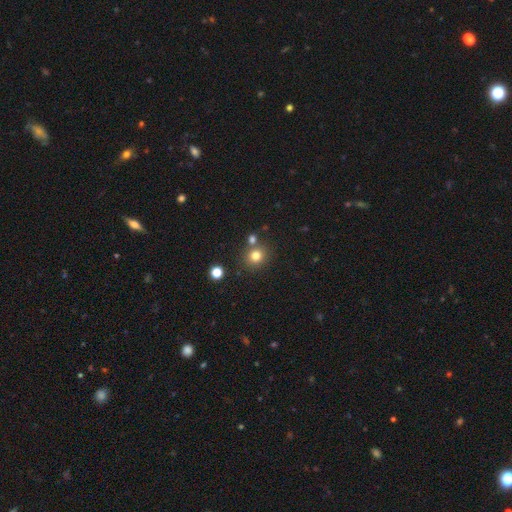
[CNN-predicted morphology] Smooth or featured? smooth (79%)
How rounded? round (85%)
Merging? none (75%)